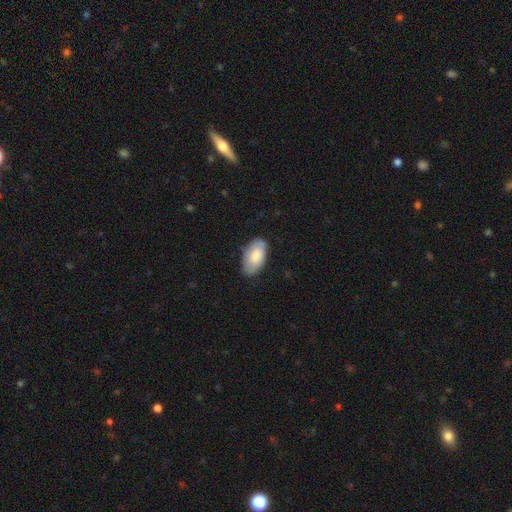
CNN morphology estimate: A smooth galaxy with no disk features (78%) that is in between round and cigar-shaped (95%).

Vote fractions:
- Smooth or featured? smooth: 78% / featured or disk: 17% / star or artifact: 6%
- How rounded? in between: 95% / round: 3% / cigar-shaped: 2%
- Merging? none: 75% / minor disturbance: 20% / major disturbance: 4% / merger: 1%